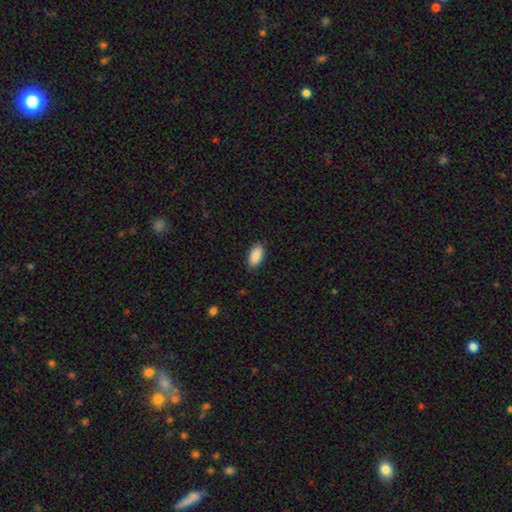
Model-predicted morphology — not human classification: type=smooth (90%); roundness=in between (92%); merging=none (88%).